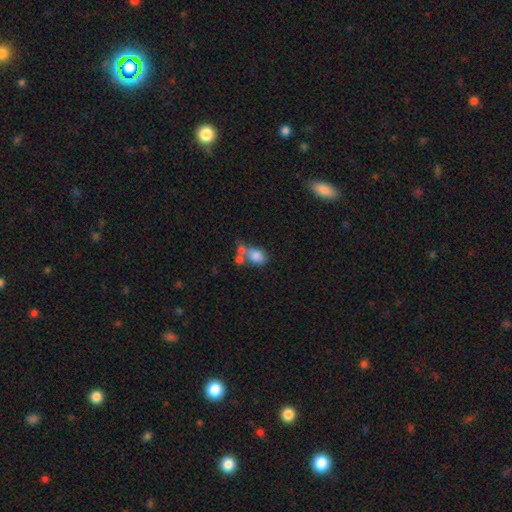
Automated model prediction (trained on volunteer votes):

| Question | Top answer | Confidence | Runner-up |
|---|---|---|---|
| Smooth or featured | smooth | 77% | featured or disk (13%) |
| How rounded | in between | 69% | round (29%) |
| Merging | merger | 48% | none (32%) |